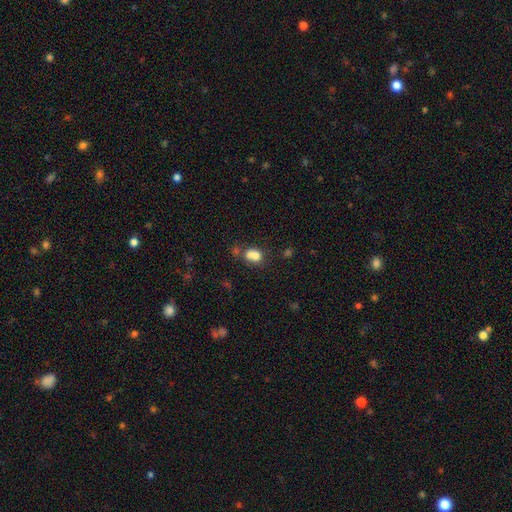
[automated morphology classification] Smooth or featured? Predicted: smooth (p=0.72). How rounded? Predicted: round (p=0.55). Merging? Predicted: merger (p=0.53).